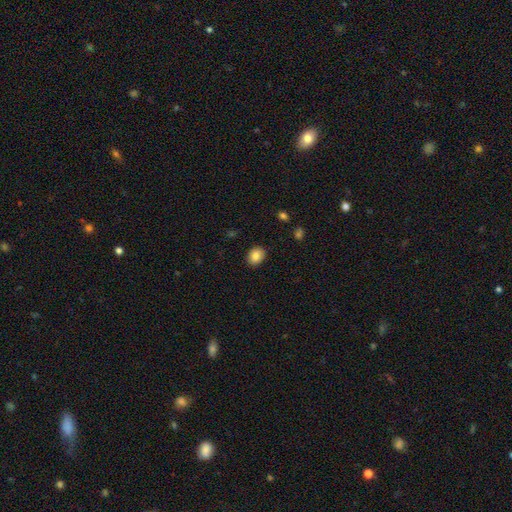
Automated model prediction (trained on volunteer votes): smooth 85%, star or artifact 8%, featured or disk 7%. Down the decision tree: how rounded — in between (56%); merging — none (89%).